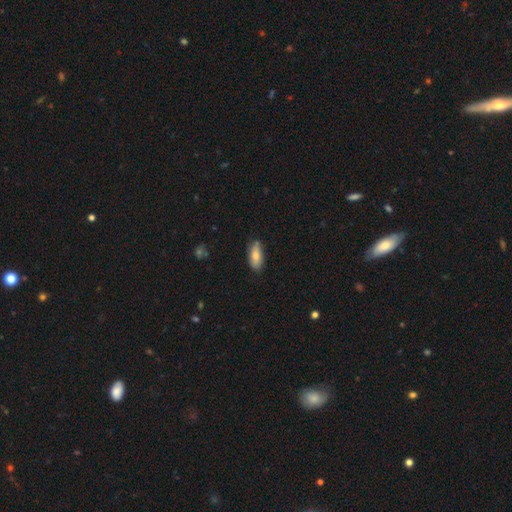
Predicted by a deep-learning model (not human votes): Smooth or featured? smooth (78%)
How rounded? in between (82%)
Merging? none (77%)